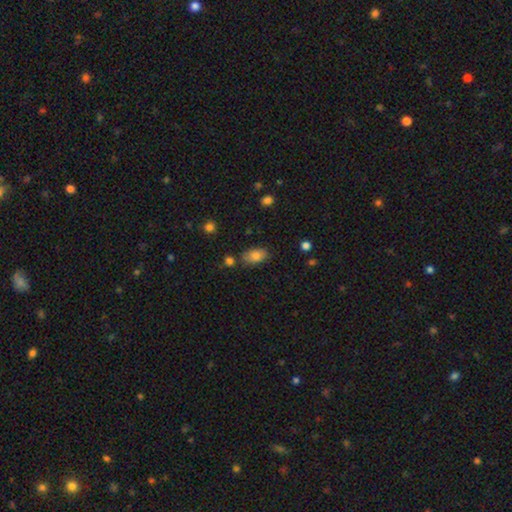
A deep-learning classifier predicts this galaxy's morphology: A smooth galaxy with no disk features (83%) that is in between round and cigar-shaped (91%). Merging: none (76%).